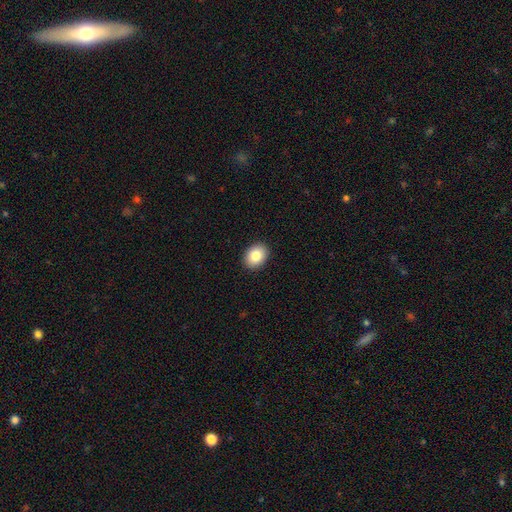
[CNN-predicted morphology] type=smooth (85%); roundness=in between (67%); merging=none (91%).